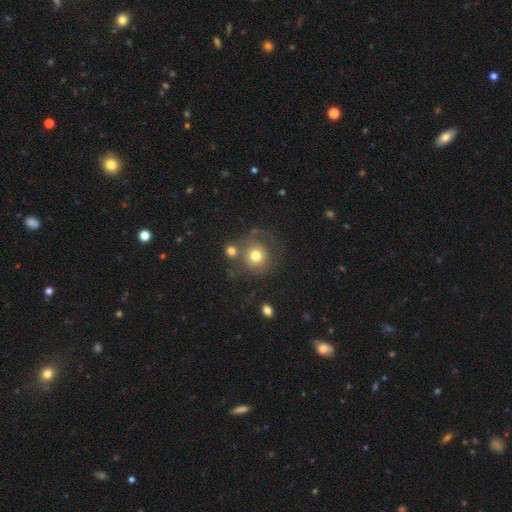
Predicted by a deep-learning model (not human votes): Smooth or featured? Predicted: smooth (p=0.63). How rounded? Predicted: round (p=0.90). Merging? Predicted: none (p=0.52).